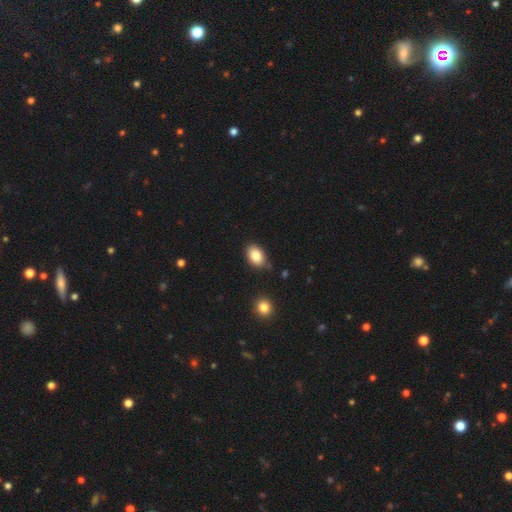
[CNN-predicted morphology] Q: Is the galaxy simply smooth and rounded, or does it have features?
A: smooth — 86%.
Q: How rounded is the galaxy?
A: in between — 86%.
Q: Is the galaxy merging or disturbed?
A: none — 82%.